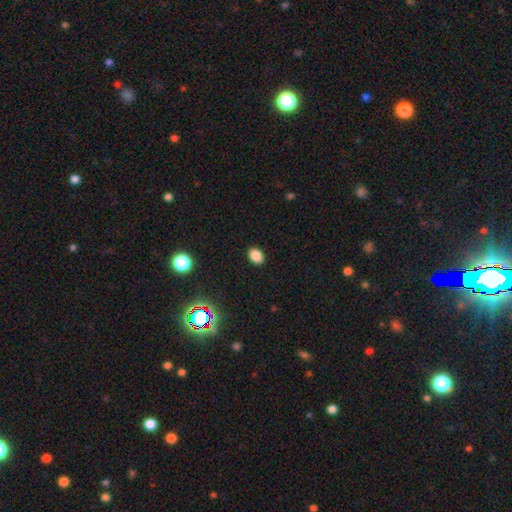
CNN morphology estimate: Q: Smooth or featured?
A: smooth (85%); runner-up: star or artifact (11%)
Q: How rounded?
A: in between (71%); runner-up: round (28%)
Q: Merging?
A: none (90%); runner-up: minor disturbance (7%)